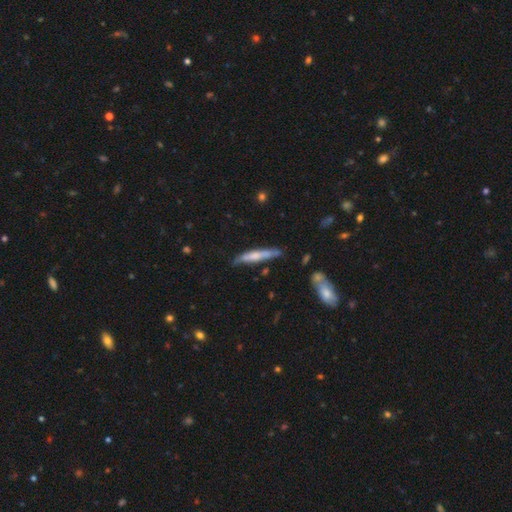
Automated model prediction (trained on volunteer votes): This is possibly a smooth galaxy (52%). How rounded: clearly cigar-shaped (91%). Merging: likely none (70%).